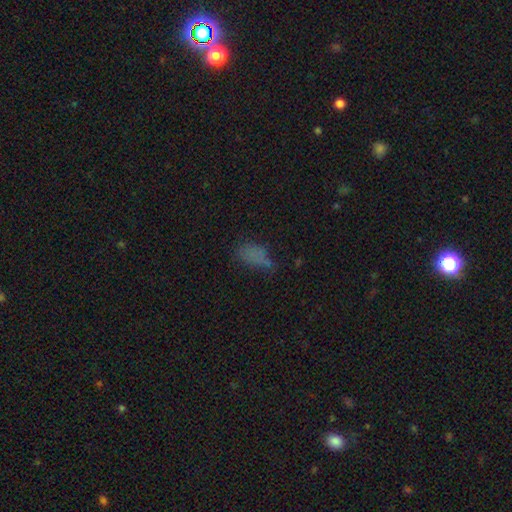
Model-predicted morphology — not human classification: Smooth or featured: smooth — 66% (star or artifact — 21%)
How rounded: in between — 83% (cigar-shaped — 10%)
Merging: none — 49% (minor disturbance — 27%)